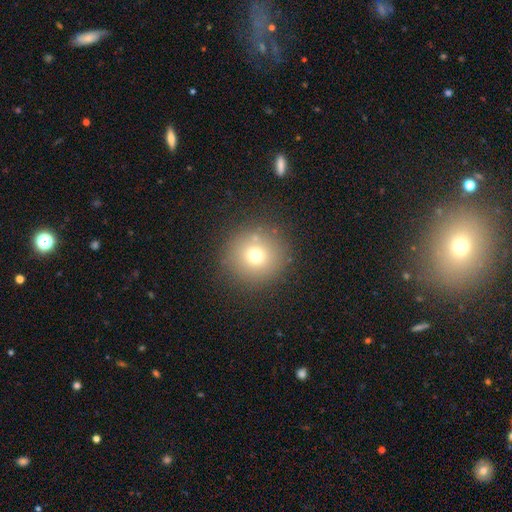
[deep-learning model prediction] Smooth or featured? smooth (71%)
How rounded? round (95%)
Merging? none (86%)